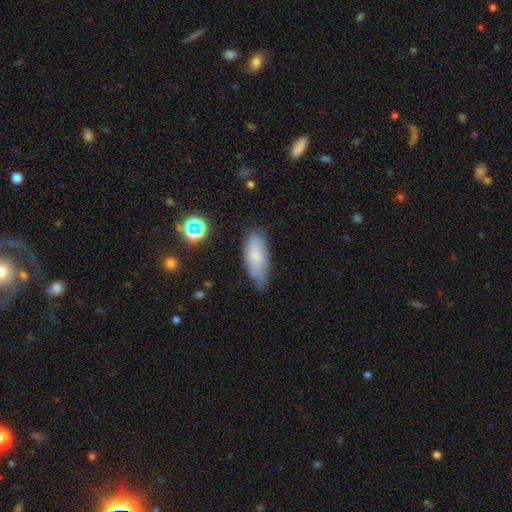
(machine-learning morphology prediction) This is likely a smooth galaxy (68%). How rounded: likely in between (78%). Merging: possibly none (57%).